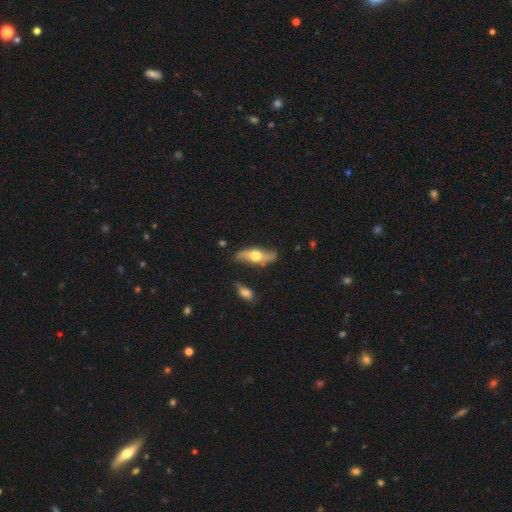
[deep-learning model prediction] Overall: featured or disk (54%; smooth 40%). Edge-on disk: yes (63%; no 37%). Merging: none (75%).